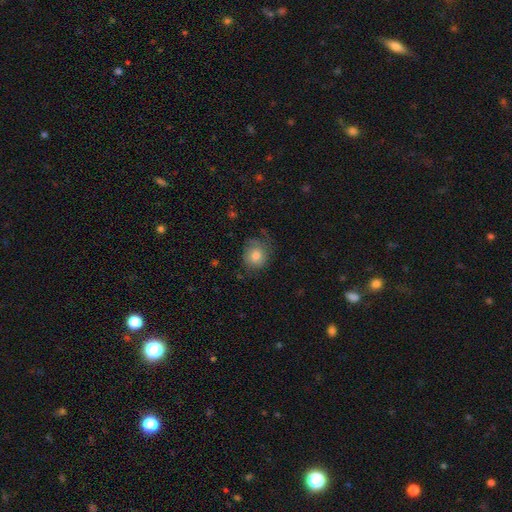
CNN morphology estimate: Smooth or featured?
  - smooth: 74% *
  - featured or disk: 17%
  - star or artifact: 9%
How rounded?
  - round: 79% *
  - in between: 20%
  - cigar-shaped: 1%
Merging?
  - none: 65% *
  - minor disturbance: 24%
  - major disturbance: 10%
  - merger: 1%